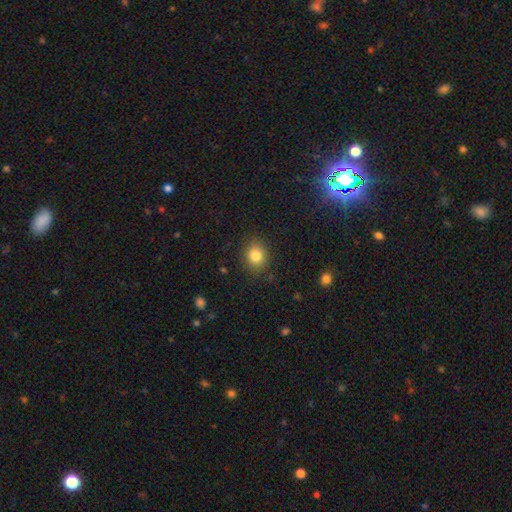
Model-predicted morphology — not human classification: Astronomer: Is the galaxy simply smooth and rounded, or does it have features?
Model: smooth — 83%.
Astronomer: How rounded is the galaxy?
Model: round — 64%.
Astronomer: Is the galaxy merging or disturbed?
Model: none — 86%.